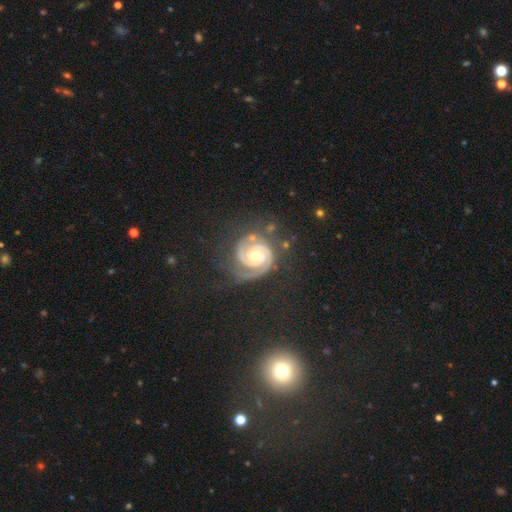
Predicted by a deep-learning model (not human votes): Smooth or featured?
  - featured or disk: 87% *
  - star or artifact: 8%
  - smooth: 5%
Edge-on disk?
  - no: 98% *
  - yes: 2%
Bar?
  - no: 66% *
  - weak: 26%
  - strong: 8%
Spiral arms?
  - yes: 98% *
  - no: 2%
Spiral winding?
  - tight: 70% *
  - medium: 25%
  - loose: 5%
Spiral arm count?
  - 2: 75% *
  - 1: 7%
  - 3: 6%
  - can't tell: 6%
  - 4: 2%
  - more than 4: 2%
Bulge size?
  - moderate: 62% *
  - small: 32%
  - large: 4%
  - none: 1%
  - dominant: 1%
Merging?
  - none: 71% *
  - minor disturbance: 17%
  - major disturbance: 10%
  - merger: 3%